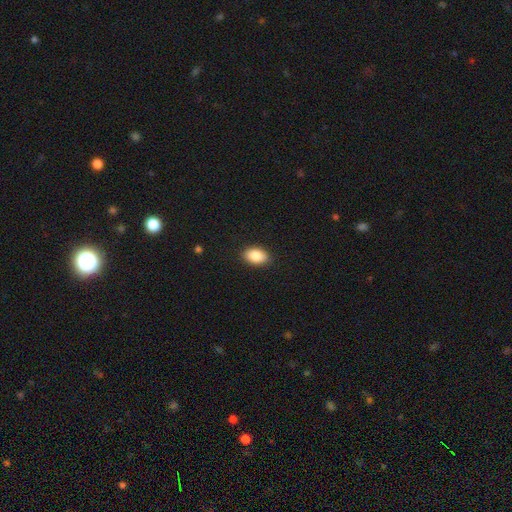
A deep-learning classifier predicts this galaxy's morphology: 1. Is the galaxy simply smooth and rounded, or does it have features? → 88% smooth, 7% star or artifact, 5% featured or disk.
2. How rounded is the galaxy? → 89% in between, 10% round, 1% cigar-shaped.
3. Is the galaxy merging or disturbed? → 89% none, 8% minor disturbance, 2% major disturbance, 1% merger.